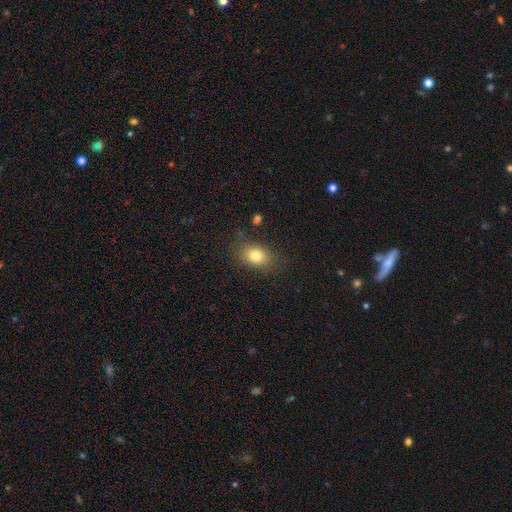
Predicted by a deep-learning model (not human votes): Morphology: type=smooth (80%); roundness=in between (71%); merging=none (81%).